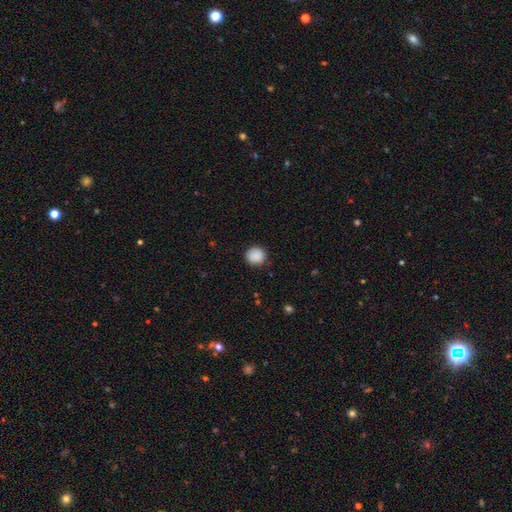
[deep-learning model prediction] Overall: smooth (89%). How rounded: round (89%). Merging: none (88%).